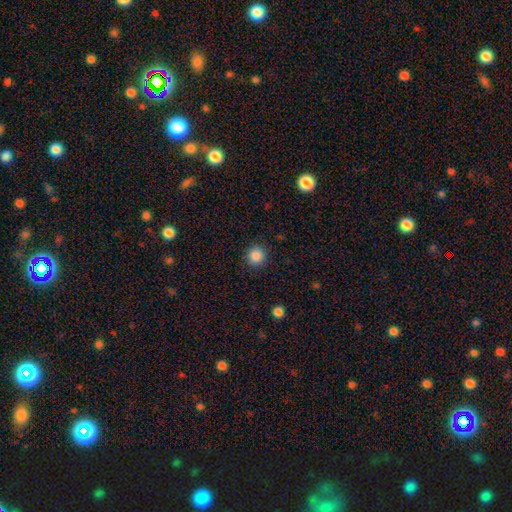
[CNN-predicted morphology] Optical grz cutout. It shows a smooth galaxy with no disk features (87%) that is round (94%). Merging: none (91%).